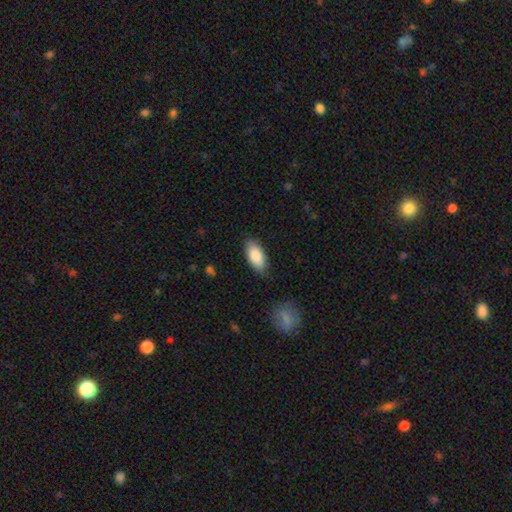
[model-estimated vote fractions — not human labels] Smooth or featured? smooth (85%)
How rounded? in between (89%)
Merging? none (84%)